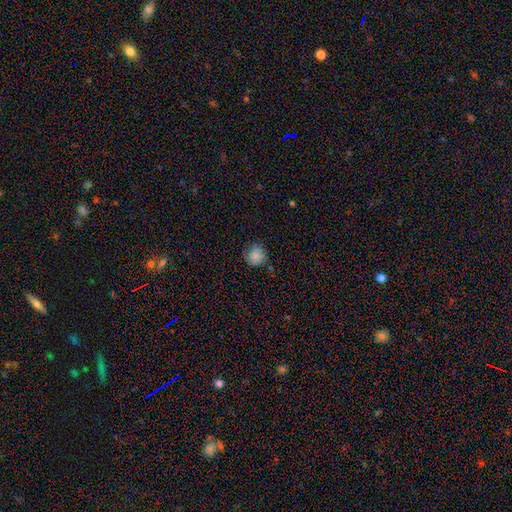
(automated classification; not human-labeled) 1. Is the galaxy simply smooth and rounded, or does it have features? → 83% smooth, 10% star or artifact, 6% featured or disk.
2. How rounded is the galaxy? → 89% round, 10% in between, 1% cigar-shaped.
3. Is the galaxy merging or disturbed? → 79% none, 16% minor disturbance, 3% major disturbance, 2% merger.